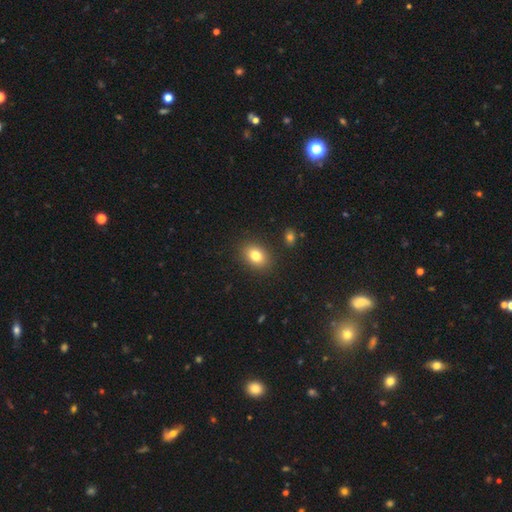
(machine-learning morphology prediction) smooth 81%, star or artifact 10%, featured or disk 9%. Down the decision tree: how rounded — in between (74%); merging — none (87%).